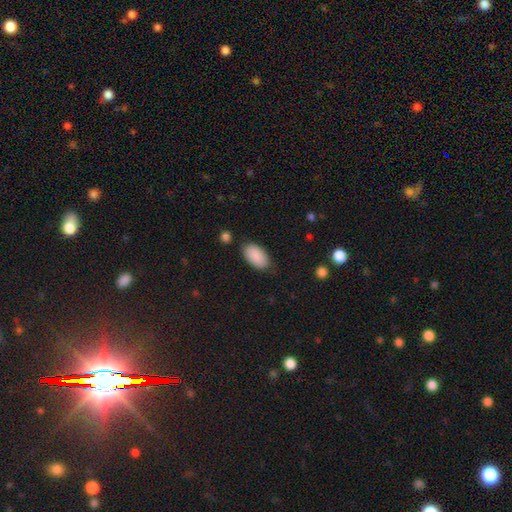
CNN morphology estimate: A smooth galaxy with no disk features (90%) that is in between round and cigar-shaped (95%). Merging: none (80%).